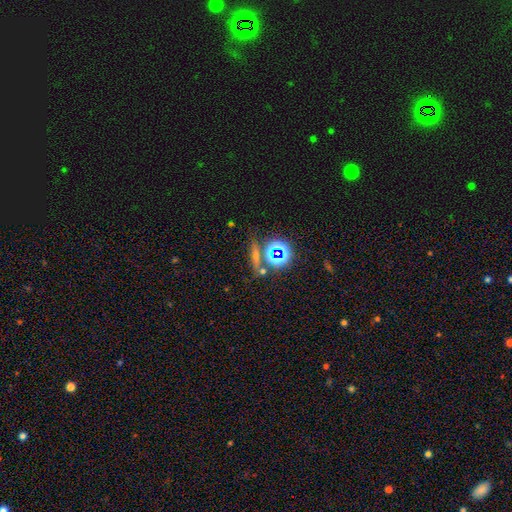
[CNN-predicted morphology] Q: Smooth or featured?
A: star or artifact (53%); runner-up: smooth (26%)